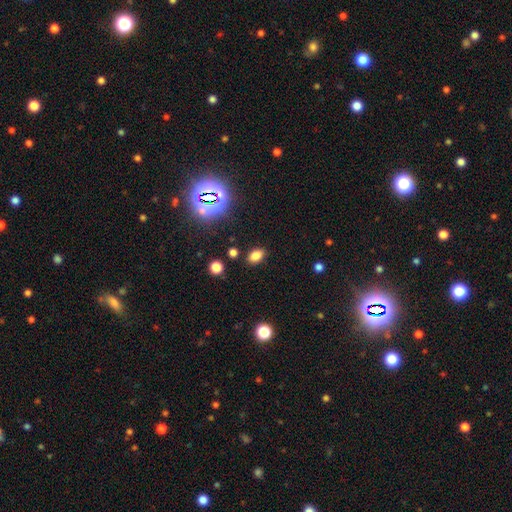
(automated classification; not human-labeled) Smooth or featured? smooth (78%)
How rounded? in between (85%)
Merging? none (86%)